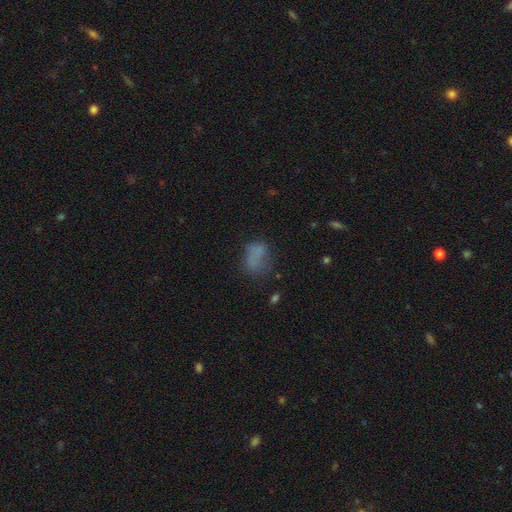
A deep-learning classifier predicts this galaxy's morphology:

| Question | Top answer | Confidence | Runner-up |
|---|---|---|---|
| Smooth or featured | smooth | 68% | featured or disk (16%) |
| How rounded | in between | 75% | round (22%) |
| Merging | none | 47% | minor disturbance (25%) |